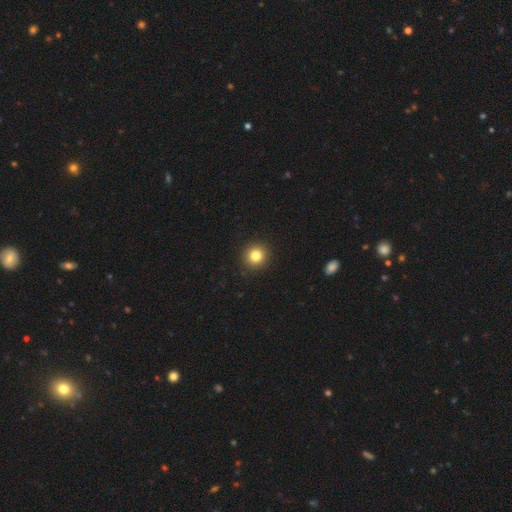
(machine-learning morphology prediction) Smooth or featured? smooth (82%)
How rounded? round (93%)
Merging? none (93%)